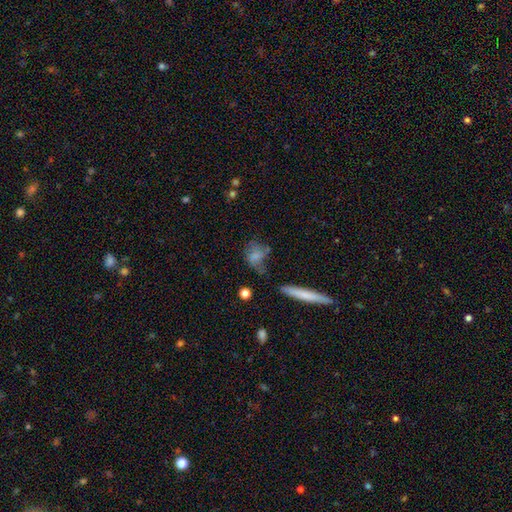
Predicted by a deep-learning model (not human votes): This is likely a smooth galaxy (62%). How rounded: likely in between (62%). Merging: marginally none (40%).